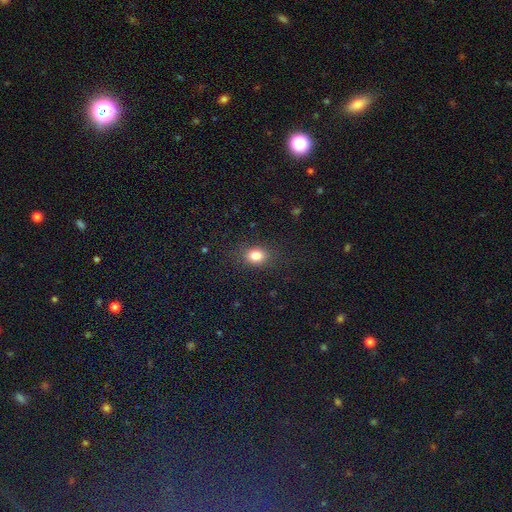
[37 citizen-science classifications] Volunteers were most divided on "how rounded": round: 56%, in between: 44%, cigar-shaped: 0%. More confident: smooth or featured — smooth (86%); merging — none (80%).